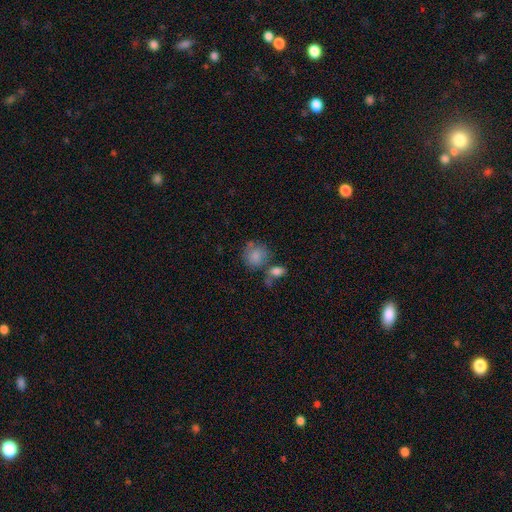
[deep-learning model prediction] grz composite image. It shows a smooth galaxy with no disk features (80%) that is round (78%). Merging: none (49%).